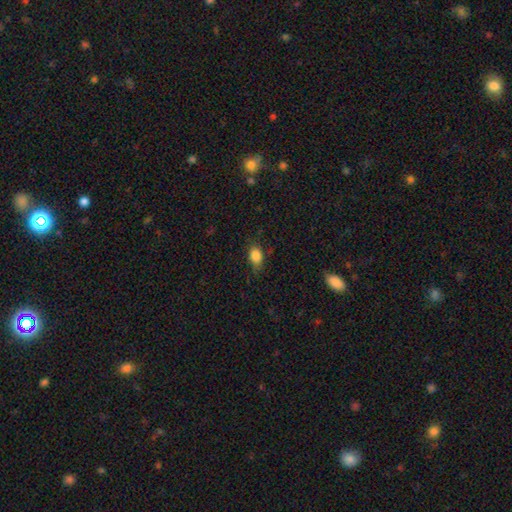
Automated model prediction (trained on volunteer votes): Overall: smooth (85%). How rounded: in between (73%). Merging: none (68%).